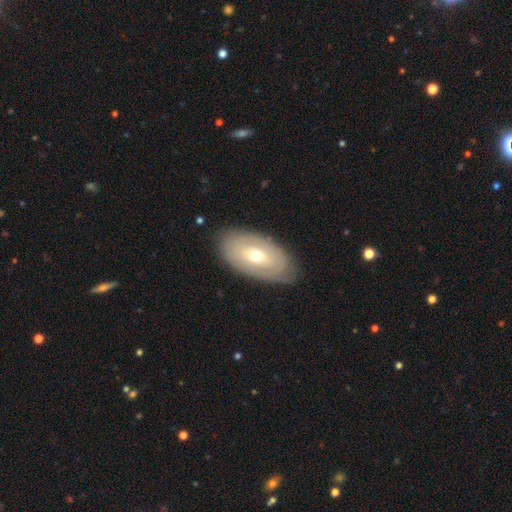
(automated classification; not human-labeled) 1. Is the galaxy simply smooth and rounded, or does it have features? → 52% featured or disk, 42% smooth, 6% star or artifact.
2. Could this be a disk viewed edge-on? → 88% no, 12% yes.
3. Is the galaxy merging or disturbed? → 82% none, 13% minor disturbance, 4% major disturbance, 1% merger.